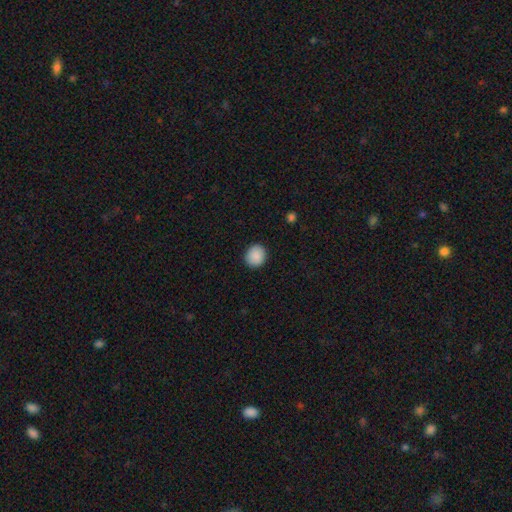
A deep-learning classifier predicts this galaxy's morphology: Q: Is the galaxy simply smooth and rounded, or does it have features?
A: smooth — 89%.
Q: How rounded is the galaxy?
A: round — 82%.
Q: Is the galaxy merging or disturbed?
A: none — 90%.